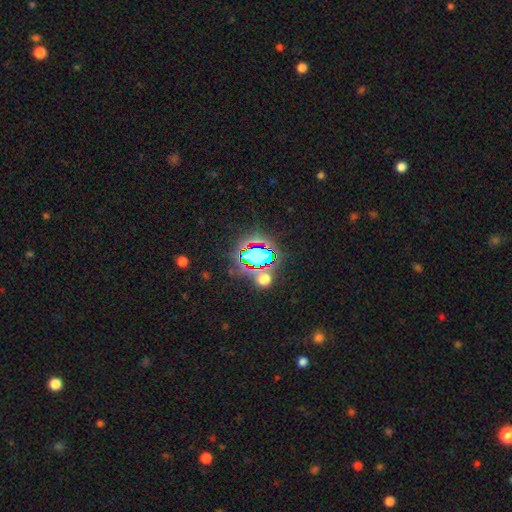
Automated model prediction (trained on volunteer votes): smooth_or_featured: star or artifact (p=0.64) [alt: smooth p=0.24]